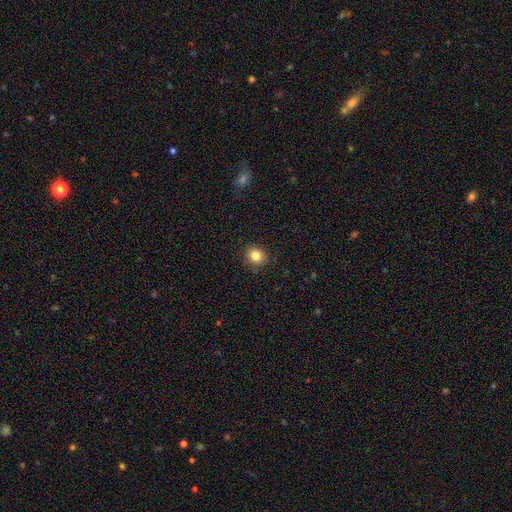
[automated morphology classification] type=smooth (83%); roundness=round (75%); merging=none (89%).